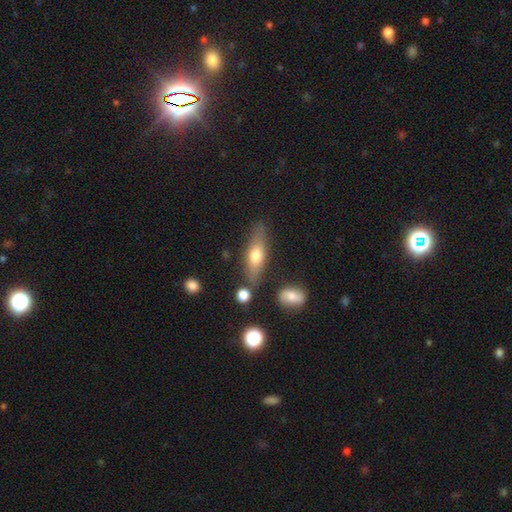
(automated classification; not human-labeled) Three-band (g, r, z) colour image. It shows a smooth galaxy with no disk features (61%) that is in between round and cigar-shaped (49%). Merging: none (73%).